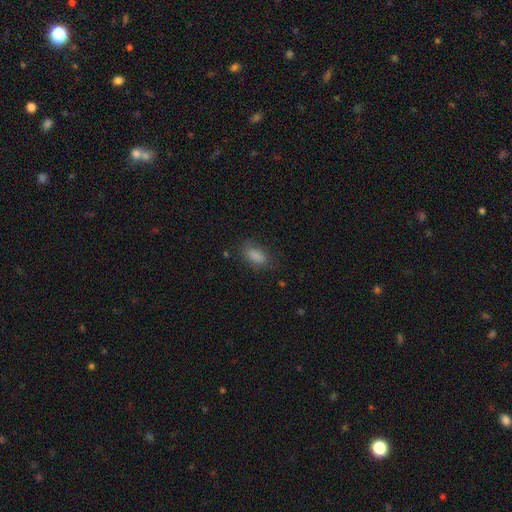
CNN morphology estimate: A smooth galaxy with no disk features (86%) that is in between round and cigar-shaped (87%).

Vote fractions:
- Smooth or featured? smooth: 86% / star or artifact: 9% / featured or disk: 6%
- How rounded? in between: 87% / cigar-shaped: 9% / round: 4%
- Merging? none: 74% / minor disturbance: 19% / major disturbance: 6% / merger: 2%